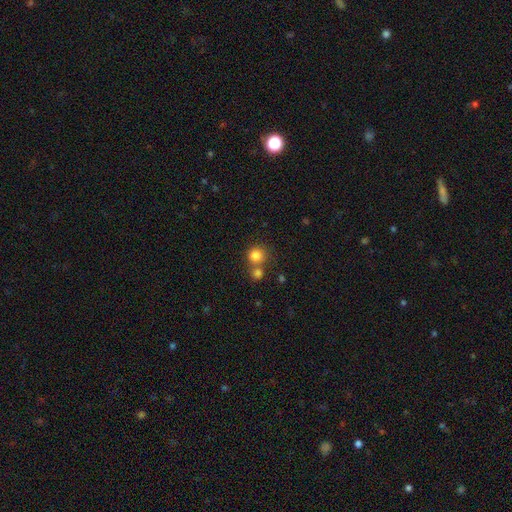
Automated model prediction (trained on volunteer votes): Smooth or featured? smooth (82%)
How rounded? round (91%)
Merging? none (59%)